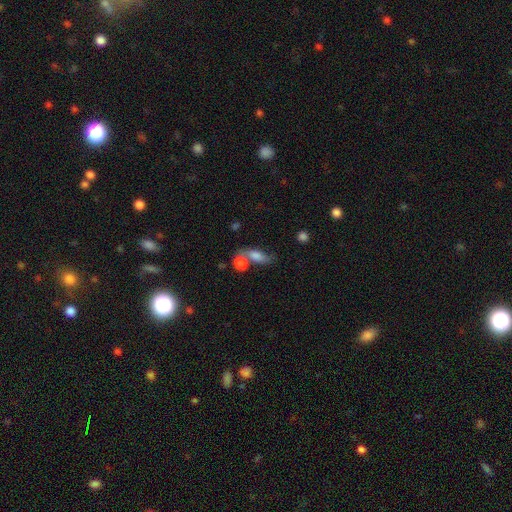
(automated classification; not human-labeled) Q: Smooth or featured?
A: smooth (68%); runner-up: featured or disk (22%)
Q: How rounded?
A: in between (70%); runner-up: cigar-shaped (15%)
Q: Merging?
A: merger (40%); runner-up: none (35%)